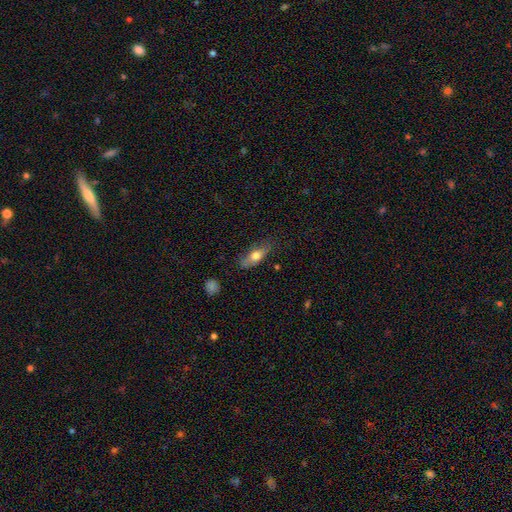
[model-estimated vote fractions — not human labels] A smooth galaxy with no disk features (67%) that is in between round and cigar-shaped (72%).

Vote fractions:
- Smooth or featured? smooth: 67% / featured or disk: 26% / star or artifact: 7%
- How rounded? in between: 72% / cigar-shaped: 24% / round: 4%
- Merging? none: 68% / minor disturbance: 23% / major disturbance: 6% / merger: 2%